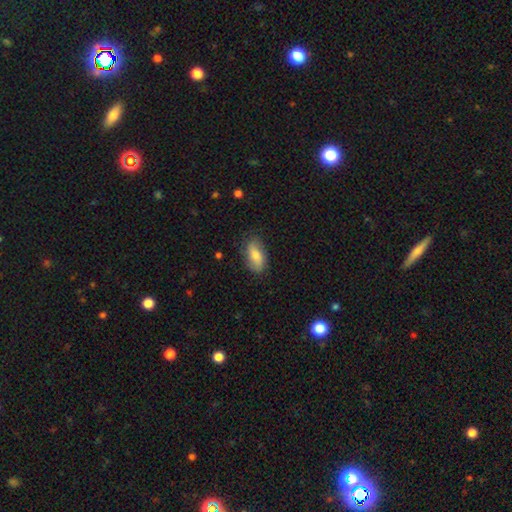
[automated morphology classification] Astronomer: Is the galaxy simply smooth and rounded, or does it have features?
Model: smooth — 70%.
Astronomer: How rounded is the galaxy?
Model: in between — 89%.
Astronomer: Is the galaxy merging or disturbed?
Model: none — 75%.